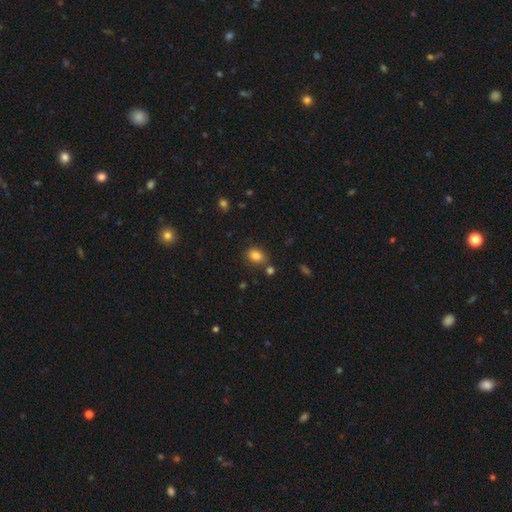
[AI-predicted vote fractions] Overall: smooth (84%). How rounded: in between (69%; round 30%). Merging: none (74%).